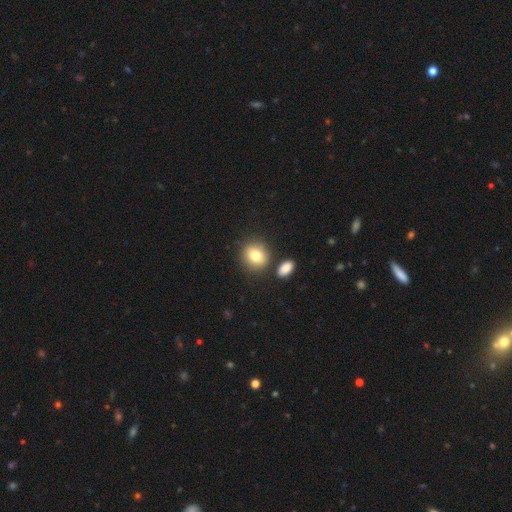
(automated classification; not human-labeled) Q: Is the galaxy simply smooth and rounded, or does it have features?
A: smooth — 80%.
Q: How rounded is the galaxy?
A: round — 76%.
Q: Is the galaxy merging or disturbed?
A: none — 76%.